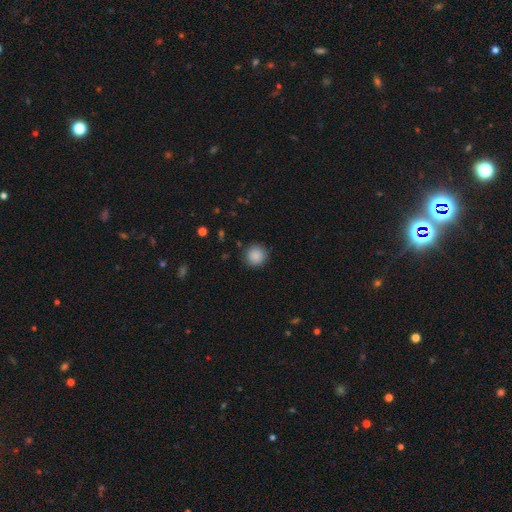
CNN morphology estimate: Smooth or featured? smooth (88%)
How rounded? round (94%)
Merging? none (89%)